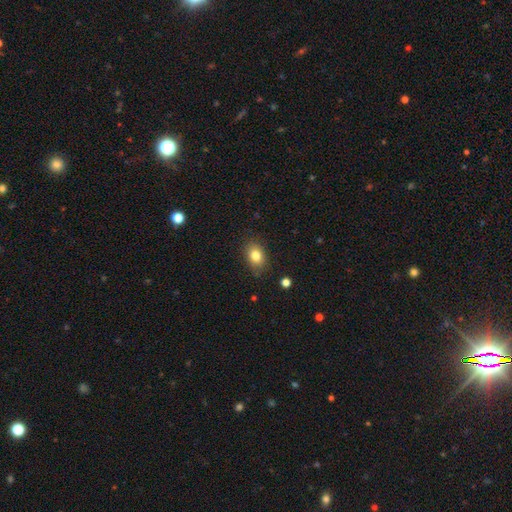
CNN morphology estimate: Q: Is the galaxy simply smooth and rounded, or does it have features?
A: smooth — 82%.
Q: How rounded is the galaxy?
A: in between — 74%.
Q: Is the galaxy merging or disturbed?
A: none — 81%.